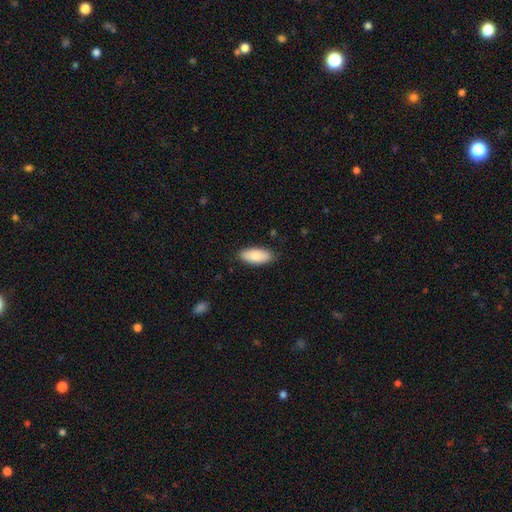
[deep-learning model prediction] smooth 86%, featured or disk 9%, star or artifact 6%. Down the decision tree: how rounded — in between (86%); merging — none (86%).